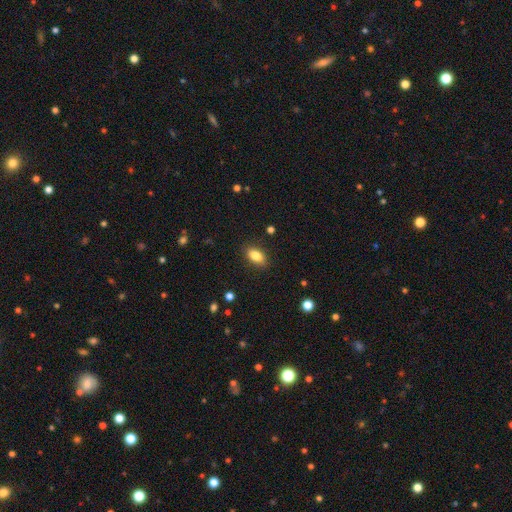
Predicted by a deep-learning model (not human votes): The model was most divided on "smooth or featured": smooth: 85%, star or artifact: 8%, featured or disk: 7%. More confident: how rounded — in between (88%); merging — none (87%).